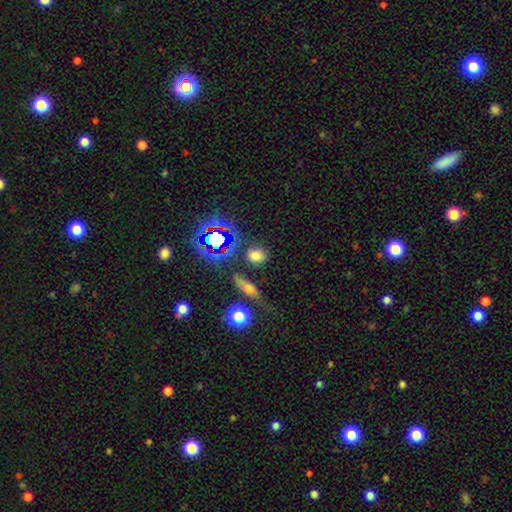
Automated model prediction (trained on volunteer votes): smooth_or_featured: smooth (p=0.68) [alt: star or artifact p=0.24]
how_rounded: round (p=0.61) [alt: in between p=0.35]
merging: none (p=0.80) [alt: minor disturbance p=0.10]